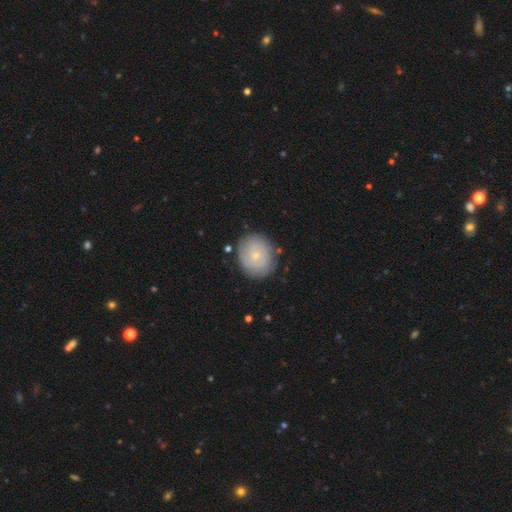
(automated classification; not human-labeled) The model was most divided on "smooth or featured": featured or disk: 47%, smooth: 46%, star or artifact: 7%. More confident: merging — none (82%).